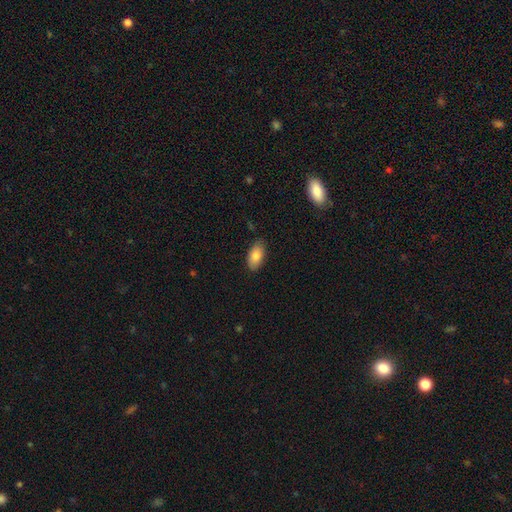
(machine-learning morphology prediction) type=smooth (84%); roundness=in between (93%); merging=none (82%).